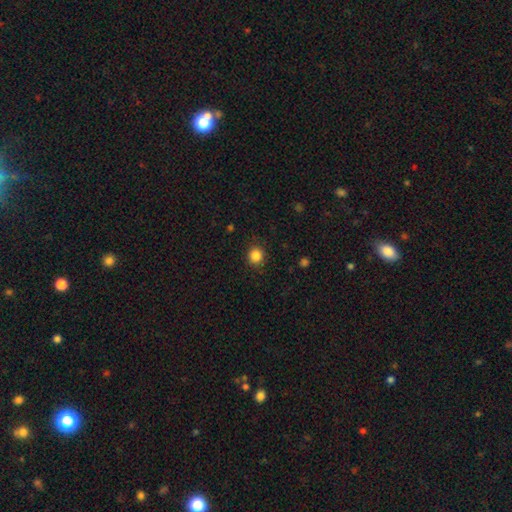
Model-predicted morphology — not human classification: A smooth galaxy with no disk features (86%) that is round (88%).

Vote fractions:
- Smooth or featured? smooth: 86% / star or artifact: 11% / featured or disk: 4%
- How rounded? round: 88% / in between: 11% / cigar-shaped: 1%
- Merging? none: 89% / minor disturbance: 8% / major disturbance: 3% / merger: 1%